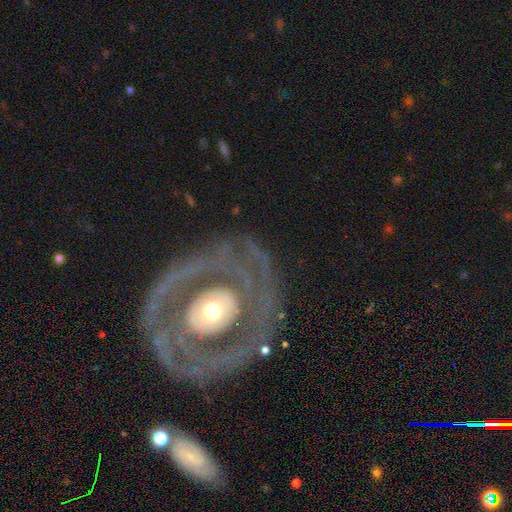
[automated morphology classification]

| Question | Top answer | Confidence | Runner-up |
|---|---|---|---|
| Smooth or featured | featured or disk | 82% | smooth (12%) |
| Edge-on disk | no | 96% | yes (4%) |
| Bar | no | 77% | weak (14%) |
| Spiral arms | yes | 69% | no (31%) |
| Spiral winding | tight | 68% | medium (22%) |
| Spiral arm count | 2 | 35% | can't tell (31%) |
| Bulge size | moderate | 63% | small (18%) |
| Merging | none | 76% | minor disturbance (13%) |